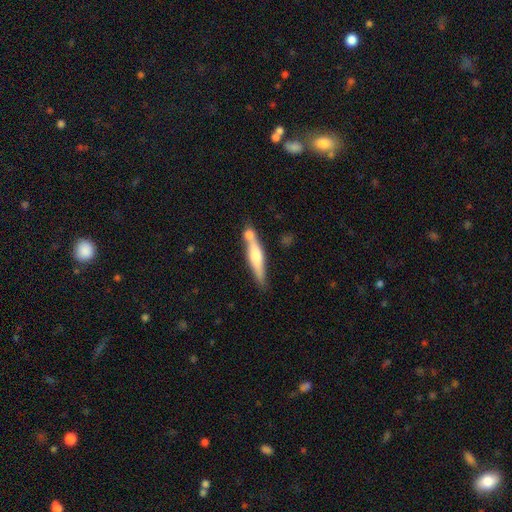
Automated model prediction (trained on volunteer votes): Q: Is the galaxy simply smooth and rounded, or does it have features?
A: smooth — 49%.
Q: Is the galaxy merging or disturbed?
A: none — 57%.